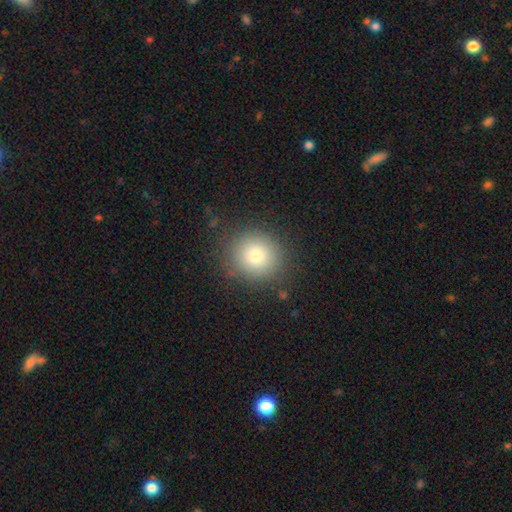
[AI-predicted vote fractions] Smooth or featured? smooth (78%)
How rounded? round (89%)
Merging? none (88%)